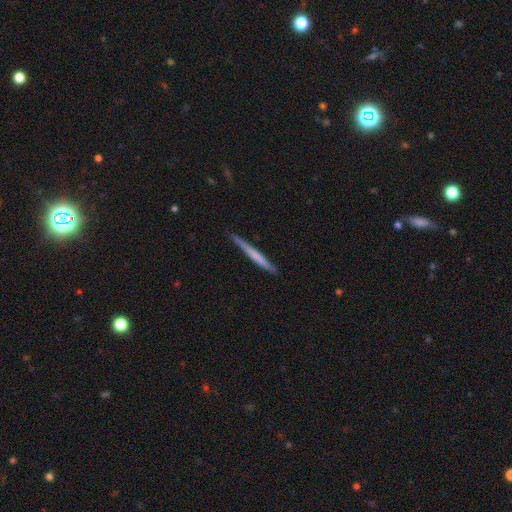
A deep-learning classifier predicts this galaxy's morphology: This appears to be a smooth galaxy with no disk features (53%) that is cigar-shaped (97%). Merging: none (87%).